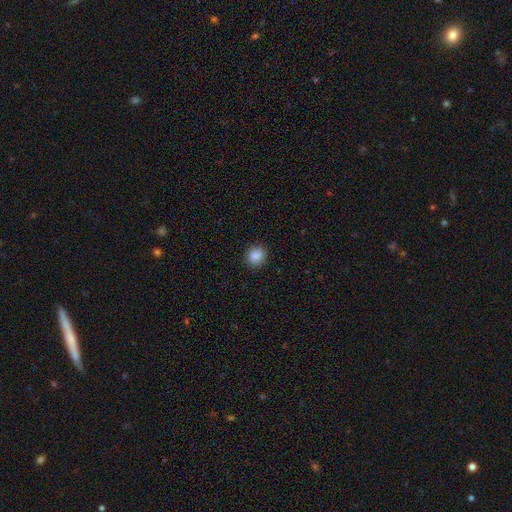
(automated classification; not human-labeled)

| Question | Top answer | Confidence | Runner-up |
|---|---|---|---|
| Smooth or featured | smooth | 88% | star or artifact (9%) |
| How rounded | round | 75% | in between (24%) |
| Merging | none | 89% | minor disturbance (8%) |